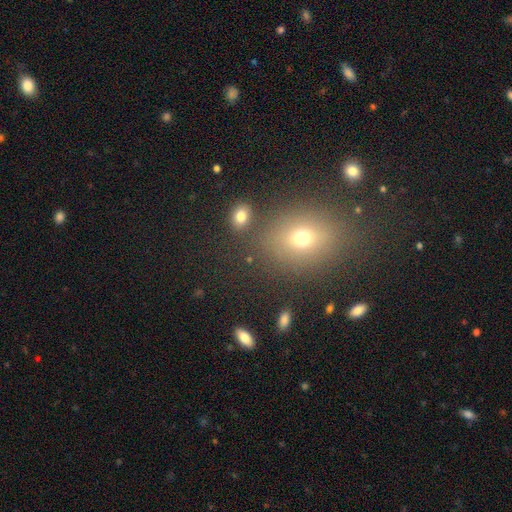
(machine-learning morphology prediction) type=smooth (59%); roundness=in between (55%); merging=none (81%).